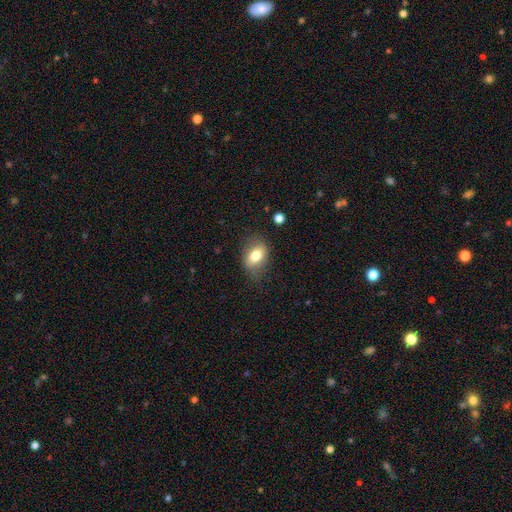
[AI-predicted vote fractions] A smooth galaxy with no disk features (73%) that is in between round and cigar-shaped (77%).

Vote fractions:
- Smooth or featured? smooth: 73% / featured or disk: 18% / star or artifact: 9%
- How rounded? in between: 77% / round: 21% / cigar-shaped: 2%
- Merging? none: 73% / minor disturbance: 19% / major disturbance: 6% / merger: 1%